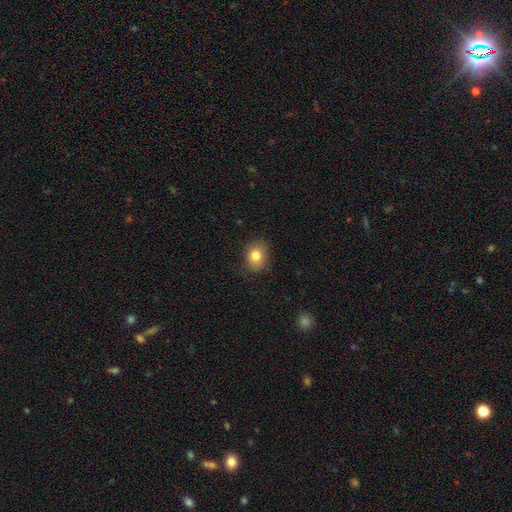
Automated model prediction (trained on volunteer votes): Smooth or featured? Predicted: smooth (p=0.82). How rounded? Predicted: in between (p=0.53). Merging? Predicted: none (p=0.83).